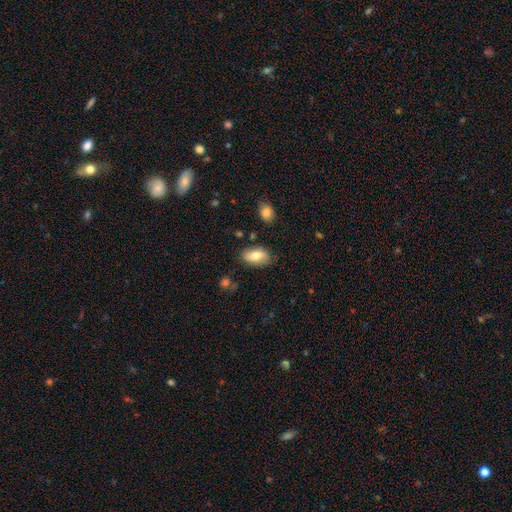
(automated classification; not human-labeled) Q: Smooth or featured?
A: smooth (74%); runner-up: featured or disk (19%)
Q: How rounded?
A: in between (92%); runner-up: round (4%)
Q: Merging?
A: none (81%); runner-up: minor disturbance (14%)